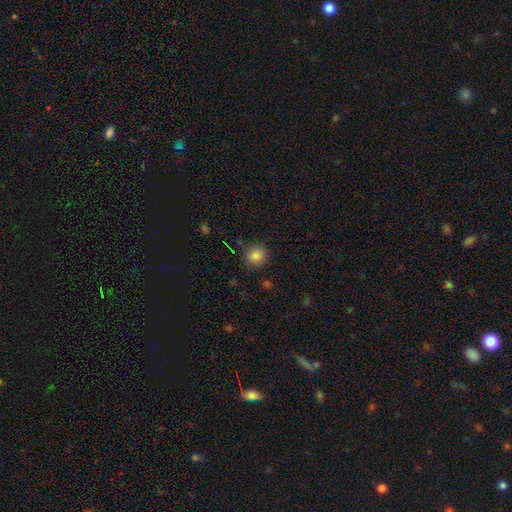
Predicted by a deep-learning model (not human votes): Overall: smooth (85%). How rounded: round (89%). Merging: none (84%).